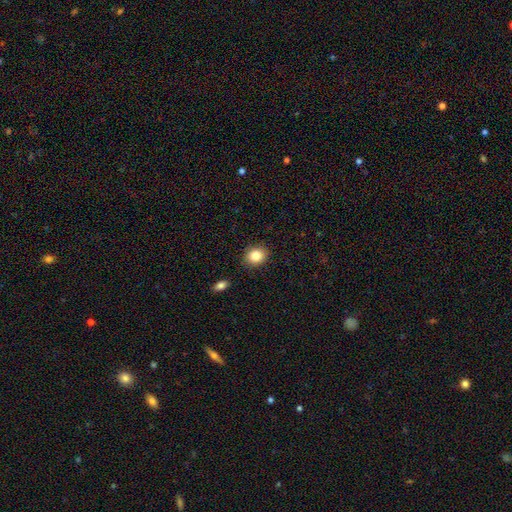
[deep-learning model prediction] A smooth galaxy with no disk features (85%) that is round (60%). Merging: none (89%).